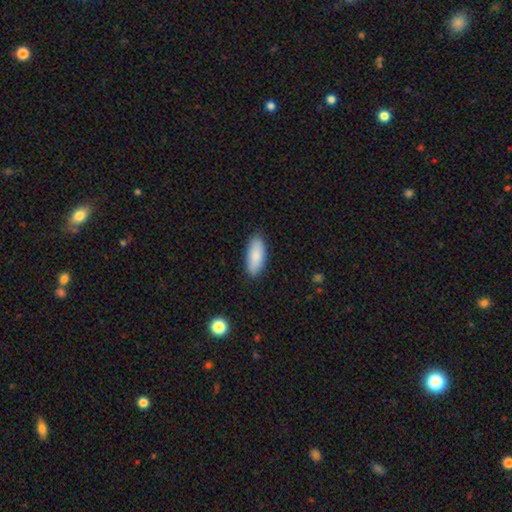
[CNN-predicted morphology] Overall: smooth (87%). How rounded: in between (80%). Merging: none (87%).